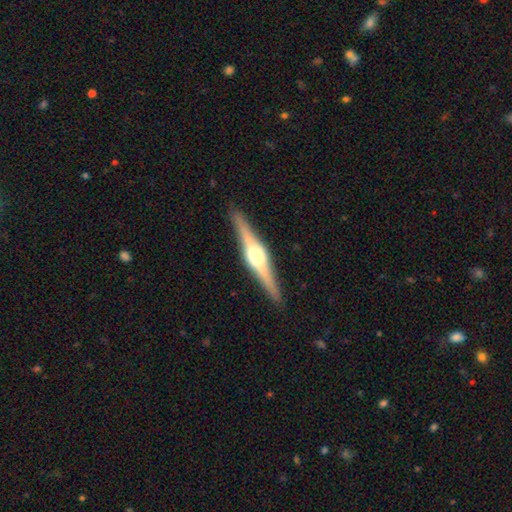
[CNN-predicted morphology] Overall: featured or disk (82%). Edge-on disk: yes (98%). Edge-on bulge: rounded (92%). Merging: none (91%).